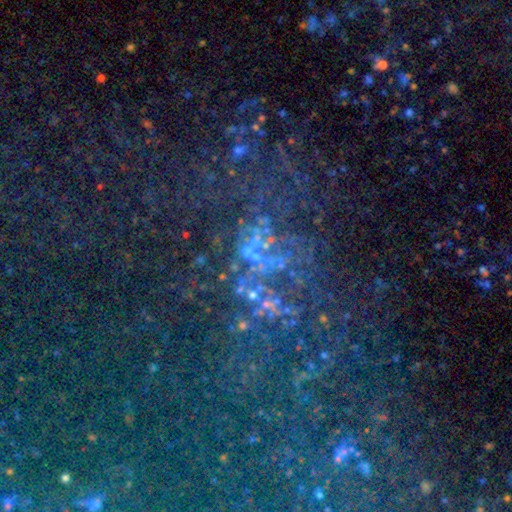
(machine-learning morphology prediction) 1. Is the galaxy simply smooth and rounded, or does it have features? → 44% featured or disk, 41% star or artifact, 15% smooth.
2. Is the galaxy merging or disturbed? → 49% none, 25% major disturbance, 16% minor disturbance, 9% merger.